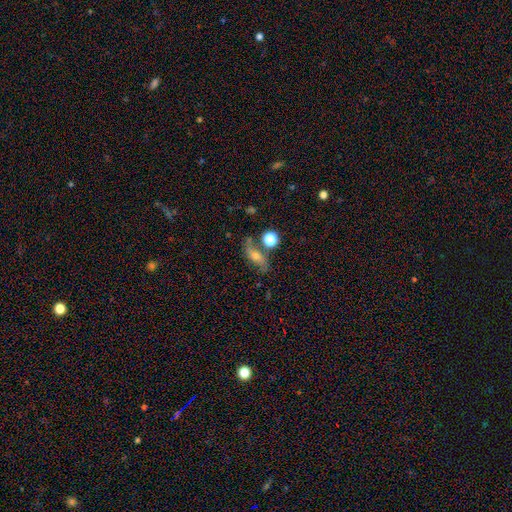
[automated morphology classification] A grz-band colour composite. It shows a featured or disk galaxy (56%). Merging: none (62%).